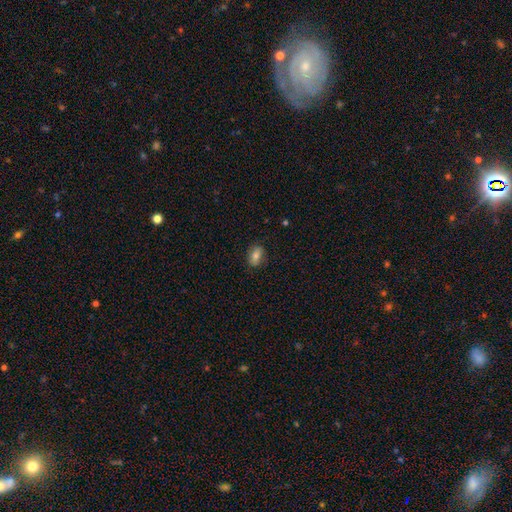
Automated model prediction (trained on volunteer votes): The model was most divided on "smooth or featured": smooth: 73%, featured or disk: 18%, star or artifact: 8%. More confident: how rounded — in between (84%); merging — none (83%).